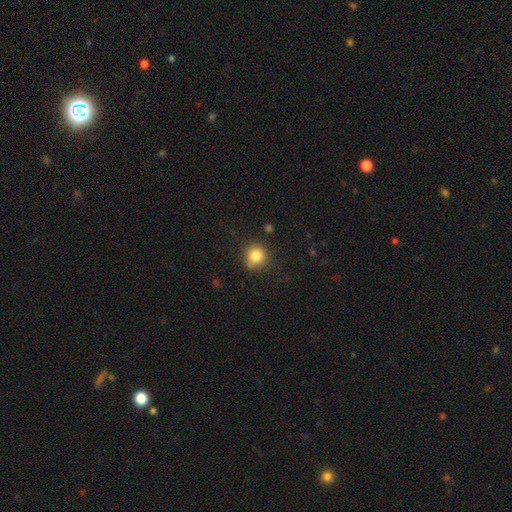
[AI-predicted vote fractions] Smooth or featured? Predicted: smooth (p=0.83). How rounded? Predicted: round (p=0.90). Merging? Predicted: none (p=0.80).